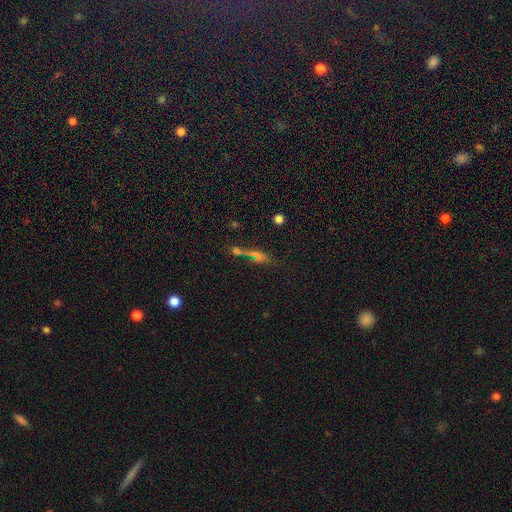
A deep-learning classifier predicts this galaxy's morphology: A smooth galaxy with no disk features (37%).

Vote fractions:
- Smooth or featured? smooth: 37% / featured or disk: 33% / star or artifact: 30%
- Merging? none: 50% / merger: 25% / minor disturbance: 14% / major disturbance: 11%